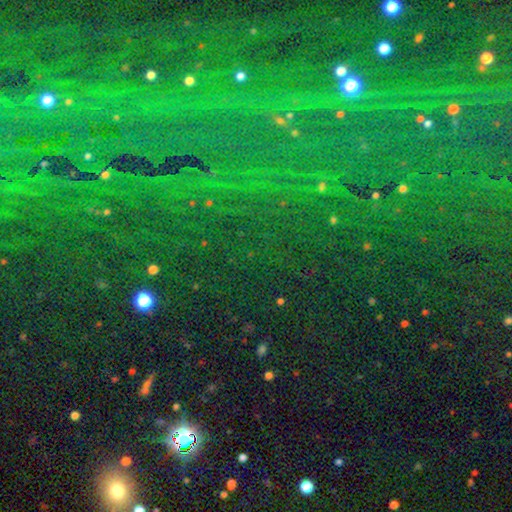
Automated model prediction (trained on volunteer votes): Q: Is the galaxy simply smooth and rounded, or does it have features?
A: star or artifact — 83%.